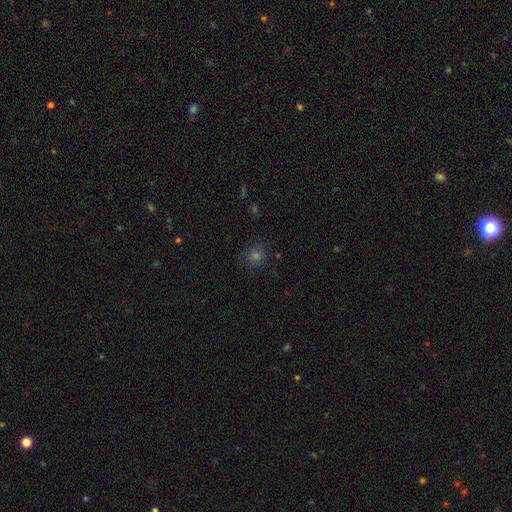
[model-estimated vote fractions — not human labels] smooth 65%, star or artifact 27%, featured or disk 7%. Down the decision tree: how rounded — round (89%); merging — none (87%).